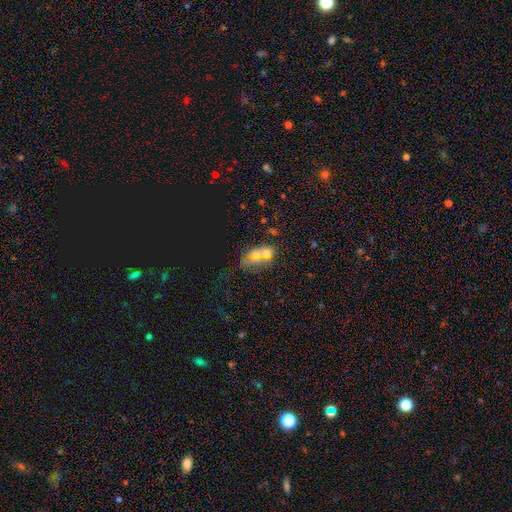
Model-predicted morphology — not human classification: The model was most divided on "smooth or featured": smooth: 47%, star or artifact: 39%, featured or disk: 14%. More confident: merging — none (59%).